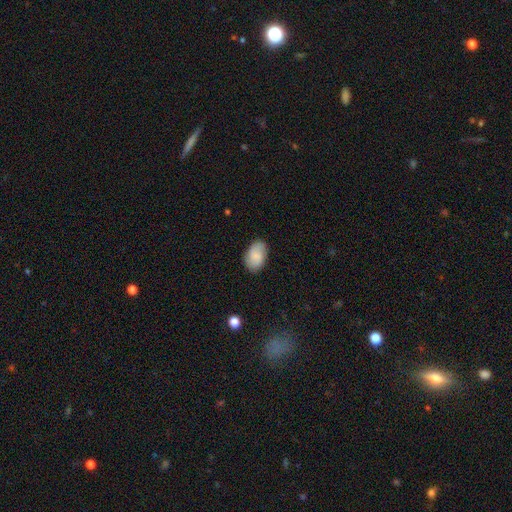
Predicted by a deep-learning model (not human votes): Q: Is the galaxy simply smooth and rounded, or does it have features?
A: smooth — 70%.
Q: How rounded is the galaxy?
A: in between — 89%.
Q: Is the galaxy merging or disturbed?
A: none — 79%.